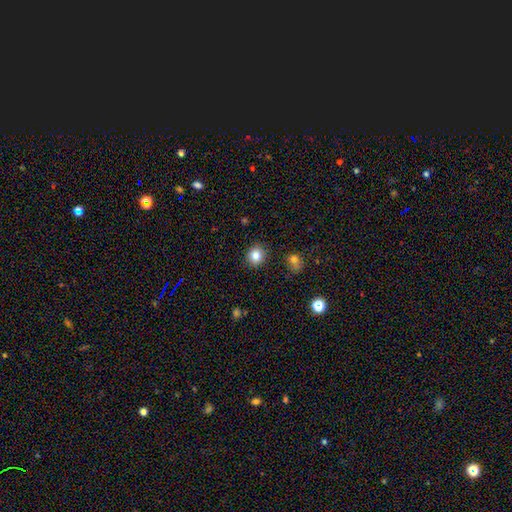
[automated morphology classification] smooth_or_featured: smooth (p=0.83) [alt: star or artifact p=0.11]
how_rounded: round (p=0.83) [alt: in between p=0.16]
merging: none (p=0.89) [alt: minor disturbance p=0.07]